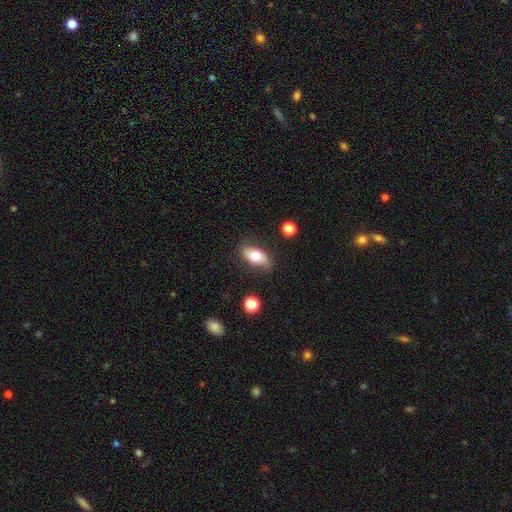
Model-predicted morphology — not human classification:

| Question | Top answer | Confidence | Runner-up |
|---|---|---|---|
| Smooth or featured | smooth | 68% | featured or disk (25%) |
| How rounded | in between | 88% | cigar-shaped (7%) |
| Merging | none | 80% | minor disturbance (15%) |